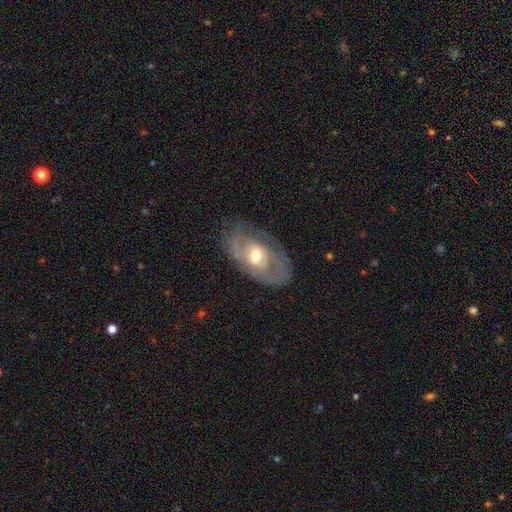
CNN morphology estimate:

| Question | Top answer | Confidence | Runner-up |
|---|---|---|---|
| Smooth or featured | featured or disk | 68% | smooth (26%) |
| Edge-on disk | no | 92% | yes (8%) |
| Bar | no | 57% | weak (34%) |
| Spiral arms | yes | 64% | no (36%) |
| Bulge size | moderate | 68% | small (23%) |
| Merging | none | 70% | minor disturbance (19%) |